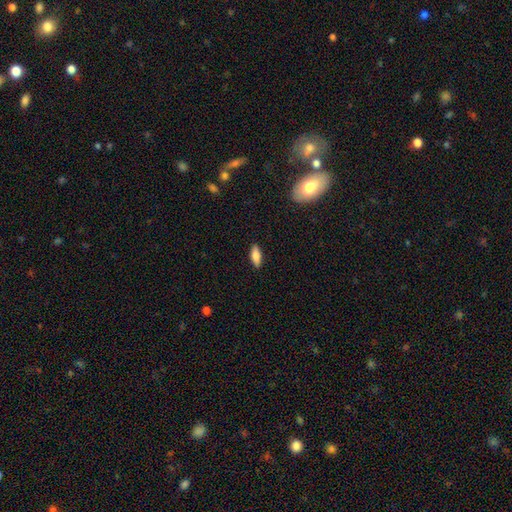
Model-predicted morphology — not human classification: The model was most divided on "how rounded": in between: 69%, cigar-shaped: 28%, round: 3%. More confident: merging — none (89%); smooth or featured — smooth (72%).